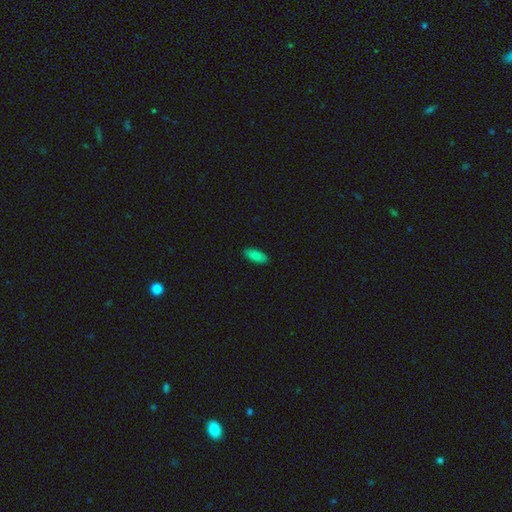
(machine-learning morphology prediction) smooth_or_featured: smooth (p=0.88) [alt: star or artifact p=0.07]
how_rounded: in between (p=0.83) [alt: cigar-shaped p=0.15]
merging: none (p=0.89) [alt: minor disturbance p=0.08]